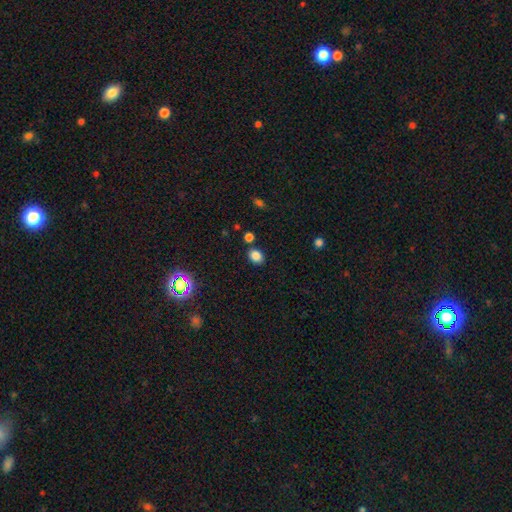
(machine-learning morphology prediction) A smooth galaxy with no disk features (83%) that is in between round and cigar-shaped (54%). Merging: none (81%).